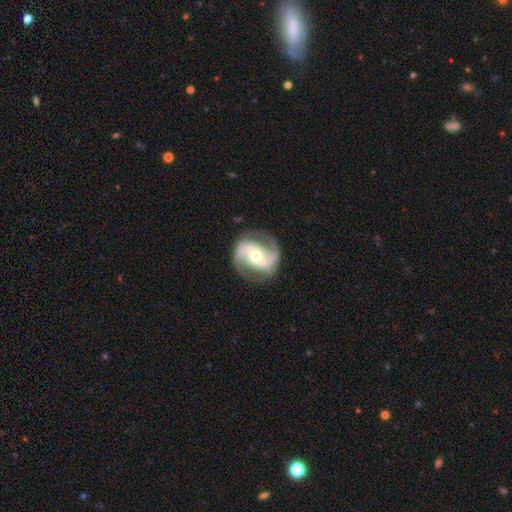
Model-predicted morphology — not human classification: The model was most divided on "bar": no: 44%, weak: 36%, strong: 20%. More confident: edge-on disk — no (98%); spiral arms — yes (98%); spiral arm count — 2 (93%); smooth or featured — featured or disk (91%); merging — none (83%); bulge size — moderate (68%); spiral winding — medium (57%).